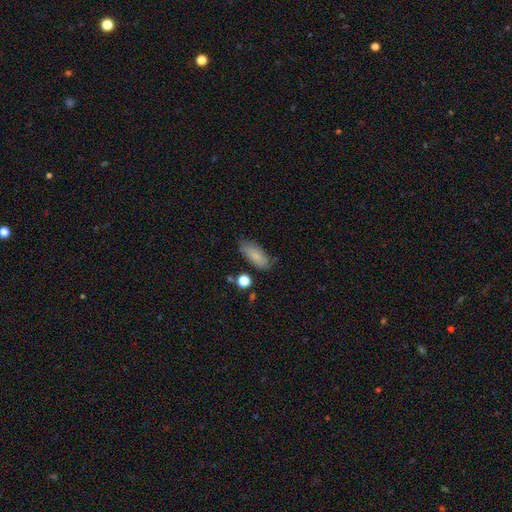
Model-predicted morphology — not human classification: Smooth or featured?
  - smooth: 78% *
  - featured or disk: 15%
  - star or artifact: 8%
How rounded?
  - in between: 81% *
  - cigar-shaped: 16%
  - round: 3%
Merging?
  - none: 72% *
  - minor disturbance: 19%
  - major disturbance: 5%
  - merger: 4%